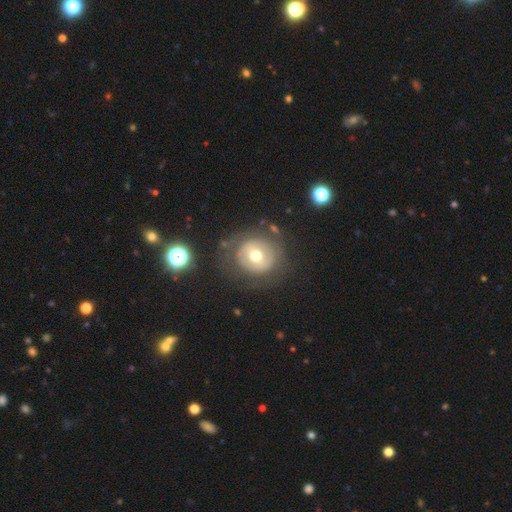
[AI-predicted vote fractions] A smooth galaxy with no disk features (50%) that is round (87%).

Vote fractions:
- Smooth or featured? smooth: 50% / featured or disk: 40% / star or artifact: 10%
- How rounded? round: 87% / in between: 12% / cigar-shaped: 1%
- Merging? none: 73% / minor disturbance: 14% / major disturbance: 10% / merger: 3%